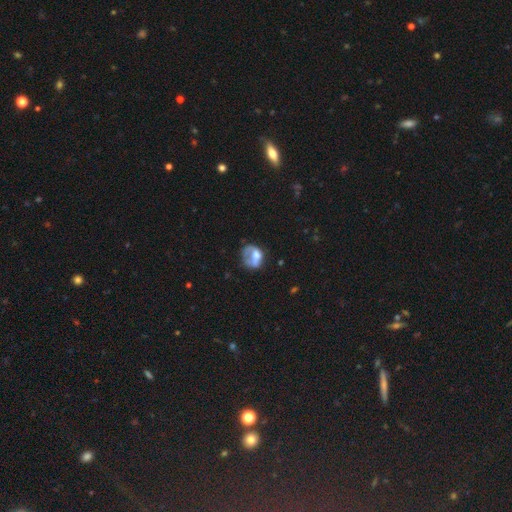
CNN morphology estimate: Overall: smooth (50%; featured or disk 39%). Merging: major disturbance (36%; none 31%).